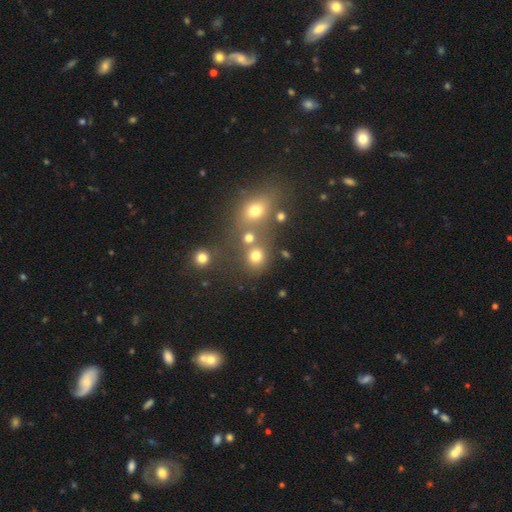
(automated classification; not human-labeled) Overall: smooth (73%). How rounded: round (80%). Merging: none (59%; merger 26%).